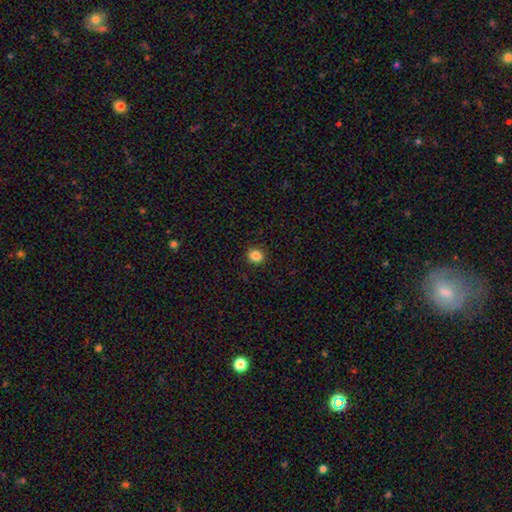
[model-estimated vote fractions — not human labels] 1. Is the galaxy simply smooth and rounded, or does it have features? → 86% smooth, 10% star or artifact, 4% featured or disk.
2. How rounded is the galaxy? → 77% round, 22% in between, 1% cigar-shaped.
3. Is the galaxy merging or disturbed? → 91% none, 6% minor disturbance, 2% major disturbance, 1% merger.